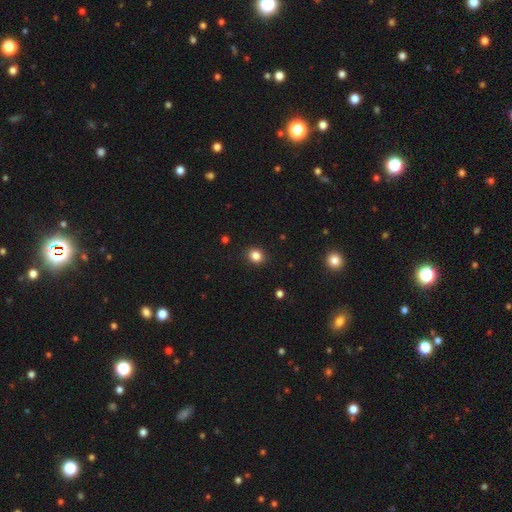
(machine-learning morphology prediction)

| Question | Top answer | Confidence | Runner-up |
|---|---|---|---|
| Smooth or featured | smooth | 84% | star or artifact (11%) |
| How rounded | round | 66% | in between (33%) |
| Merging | none | 90% | minor disturbance (7%) |